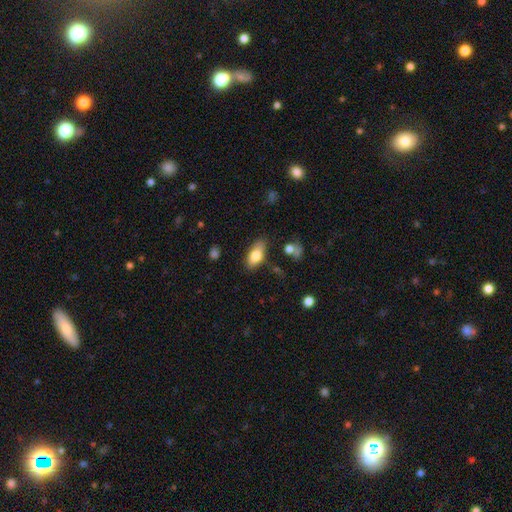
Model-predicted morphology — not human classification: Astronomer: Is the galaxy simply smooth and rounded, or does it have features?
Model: smooth — 78%.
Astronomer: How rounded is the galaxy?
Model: in between — 88%.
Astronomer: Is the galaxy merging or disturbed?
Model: none — 76%.